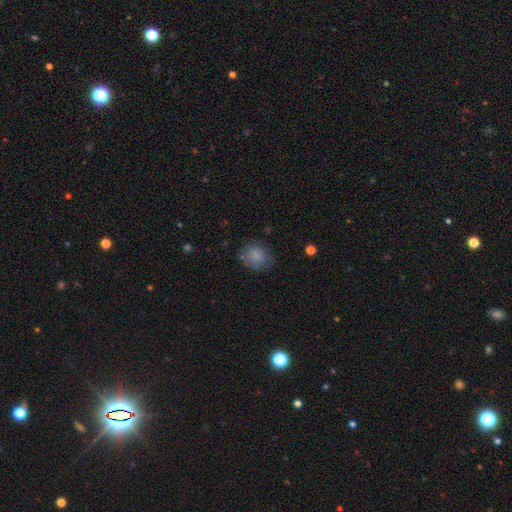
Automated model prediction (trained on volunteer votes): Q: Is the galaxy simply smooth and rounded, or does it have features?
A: smooth — 81%.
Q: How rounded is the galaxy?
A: round — 67%.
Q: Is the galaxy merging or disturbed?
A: none — 70%.